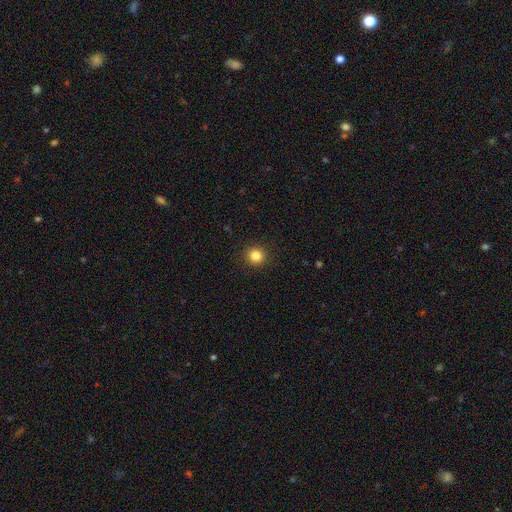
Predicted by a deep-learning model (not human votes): Smooth or featured? smooth (84%)
How rounded? round (94%)
Merging? none (92%)